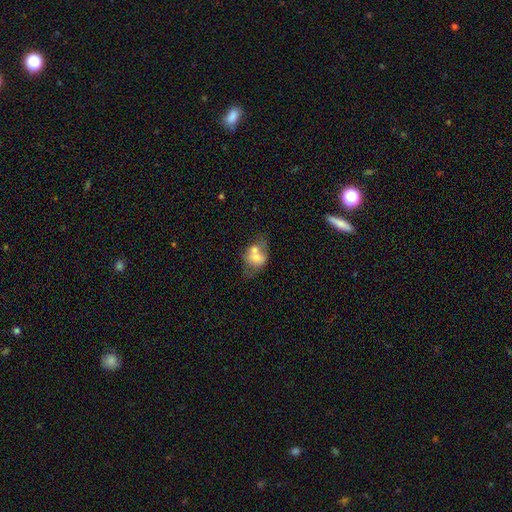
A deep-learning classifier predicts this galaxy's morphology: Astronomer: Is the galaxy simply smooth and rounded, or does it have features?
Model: smooth — 55% (runner-up: featured or disk, 37%).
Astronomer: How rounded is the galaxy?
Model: in between — 66%.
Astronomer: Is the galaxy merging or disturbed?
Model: merger — 49% (runner-up: none, 29%).